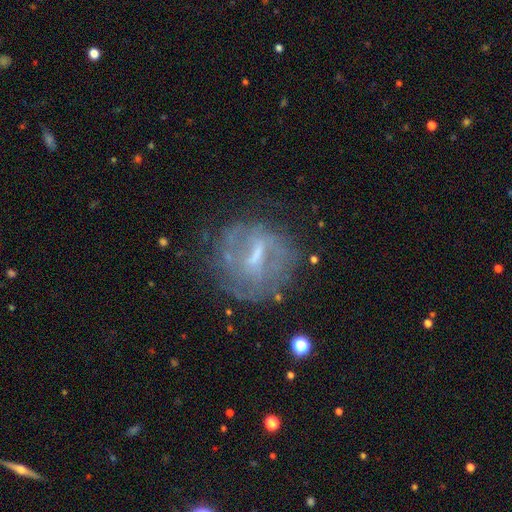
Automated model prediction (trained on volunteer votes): Overall: featured or disk (69%). Edge-on disk: no (95%). Bar: weak (50%; strong 30%). Spiral arms: no (51%; yes 49%). Bulge size: small (44%; moderate 33%). Merging: none (62%).